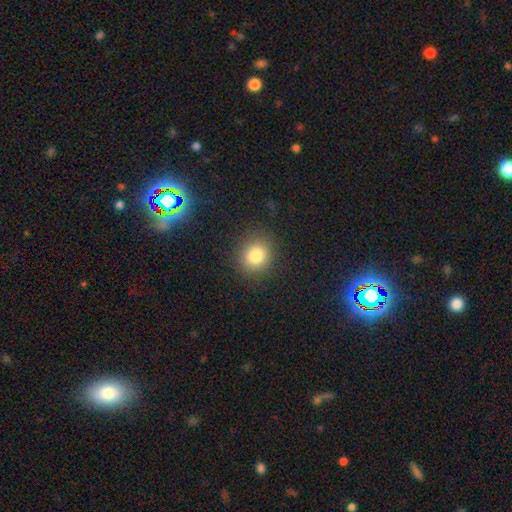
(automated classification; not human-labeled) smooth-or-featured: smooth: 82% | star or artifact: 12% | featured or disk: 6%
  how-rounded: round: 84% | in between: 15% | cigar-shaped: 1%
  merging: none: 87% | minor disturbance: 8% | major disturbance: 3% | merger: 1%